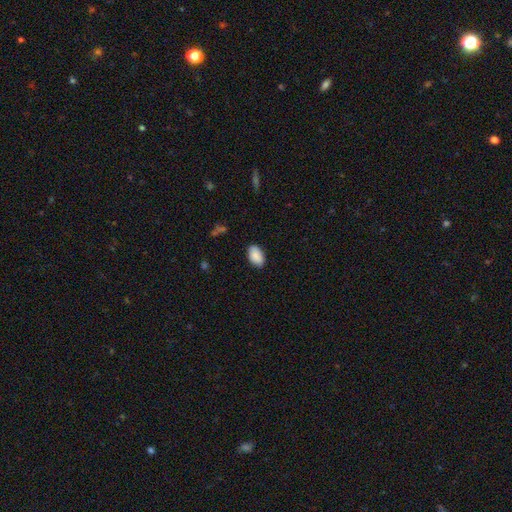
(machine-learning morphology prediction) This appears to be a smooth galaxy with no disk features (89%) that is in between round and cigar-shaped (93%). Merging: none (85%).